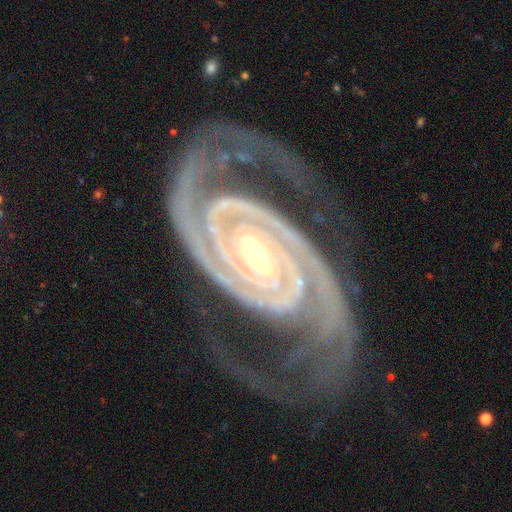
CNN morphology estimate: Q: Smooth or featured?
A: featured or disk (94%); runner-up: star or artifact (4%)
Q: Edge-on disk?
A: no (97%); runner-up: yes (3%)
Q: Bar?
A: strong (37%); runner-up: weak (32%)
Q: Spiral arms?
A: yes (99%); runner-up: no (1%)
Q: Spiral winding?
A: tight (71%); runner-up: medium (25%)
Q: Spiral arm count?
A: 2 (86%); runner-up: 3 (5%)
Q: Bulge size?
A: small (70%); runner-up: moderate (26%)
Q: Merging?
A: none (71%); runner-up: minor disturbance (17%)